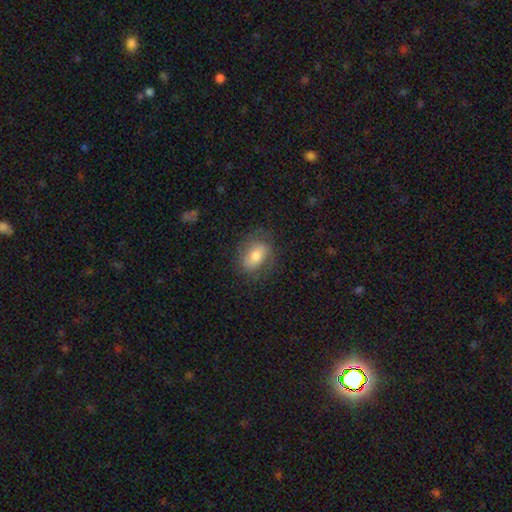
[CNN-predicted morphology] Smooth or featured?
  - smooth: 67% *
  - featured or disk: 25%
  - star or artifact: 8%
How rounded?
  - in between: 79% *
  - round: 19%
  - cigar-shaped: 2%
Merging?
  - none: 72% *
  - minor disturbance: 19%
  - major disturbance: 8%
  - merger: 1%